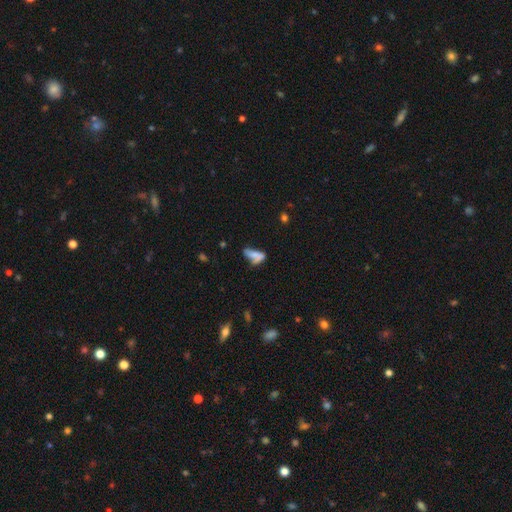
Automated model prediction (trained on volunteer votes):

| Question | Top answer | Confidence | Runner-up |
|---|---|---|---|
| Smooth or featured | smooth | 59% | featured or disk (29%) |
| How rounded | in between | 71% | cigar-shaped (24%) |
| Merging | none | 29% | major disturbance (24%) |